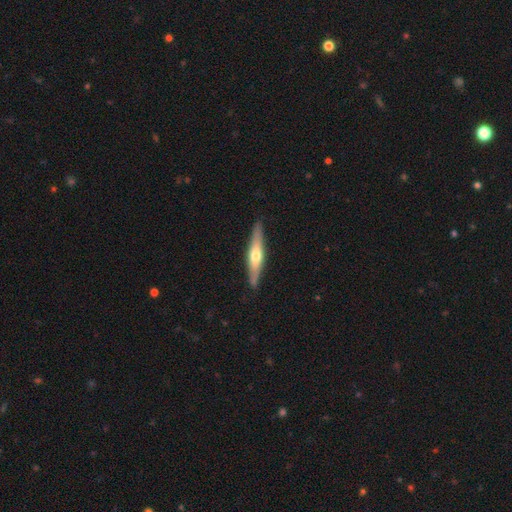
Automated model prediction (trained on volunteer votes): This is possibly a featured or disk galaxy (54%). It is clearly viewed edge-on (92%). Merging: clearly none (88%).